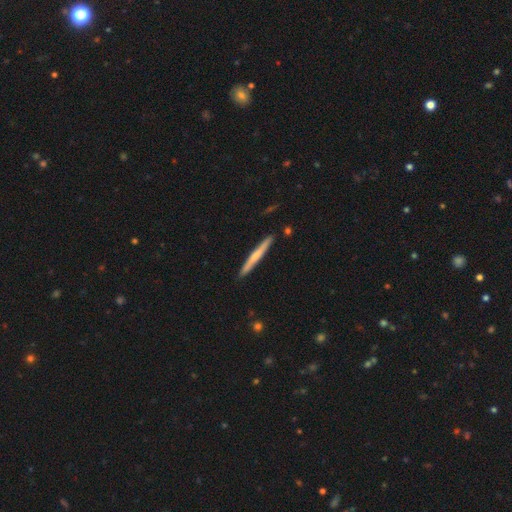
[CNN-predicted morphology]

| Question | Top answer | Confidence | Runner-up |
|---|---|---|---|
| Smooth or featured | smooth | 52% | featured or disk (42%) |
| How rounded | cigar-shaped | 97% | in between (2%) |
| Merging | none | 90% | minor disturbance (7%) |